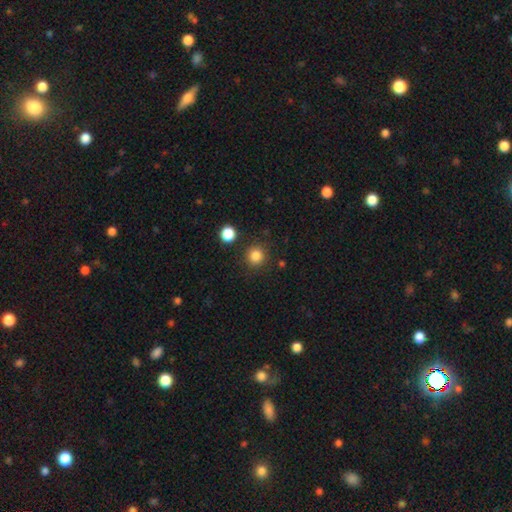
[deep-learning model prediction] smooth 84%, star or artifact 12%, featured or disk 4%. Down the decision tree: how rounded — round (91%); merging — none (87%).